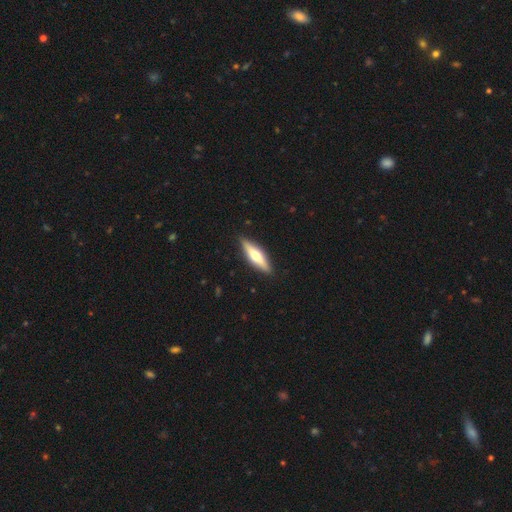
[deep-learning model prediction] This is possibly a featured or disk galaxy (52%). It is clearly viewed edge-on (94%). Merging: clearly none (89%).